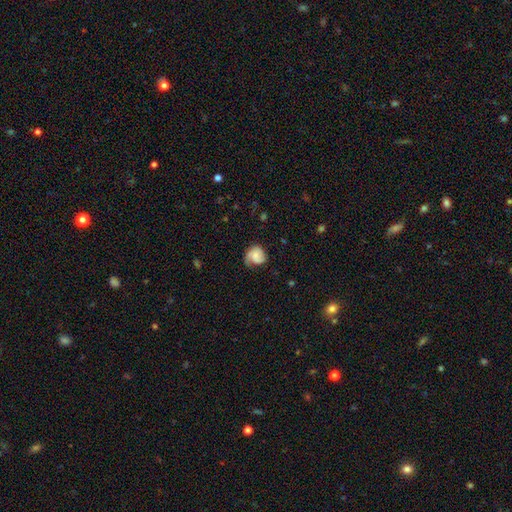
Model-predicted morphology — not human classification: smooth-or-featured: smooth: 48% | featured or disk: 44% | star or artifact: 8%
  merging: none: 49% | minor disturbance: 31% | major disturbance: 18% | merger: 2%